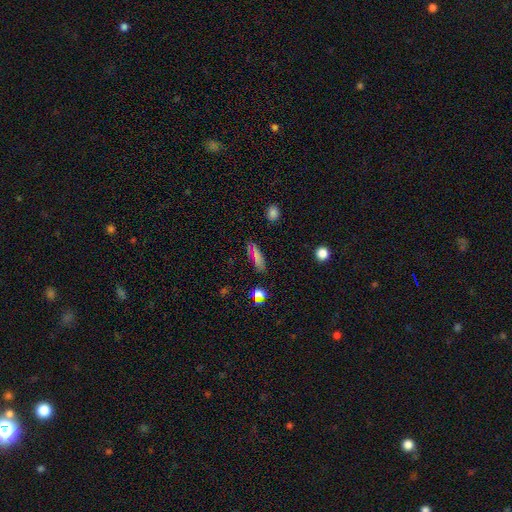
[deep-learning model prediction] Smooth or featured?
  - smooth: 72% *
  - star or artifact: 17%
  - featured or disk: 11%
How rounded?
  - cigar-shaped: 57% *
  - in between: 38%
  - round: 5%
Merging?
  - none: 84% *
  - minor disturbance: 11%
  - major disturbance: 3%
  - merger: 2%